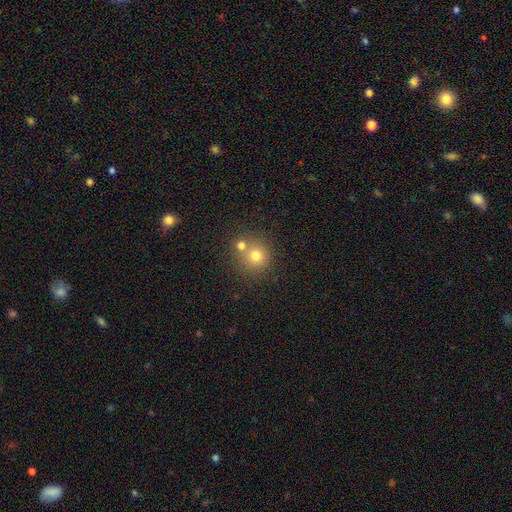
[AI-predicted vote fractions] This appears to be a smooth galaxy with no disk features (74%) that is round (90%). Merging: none (56%).